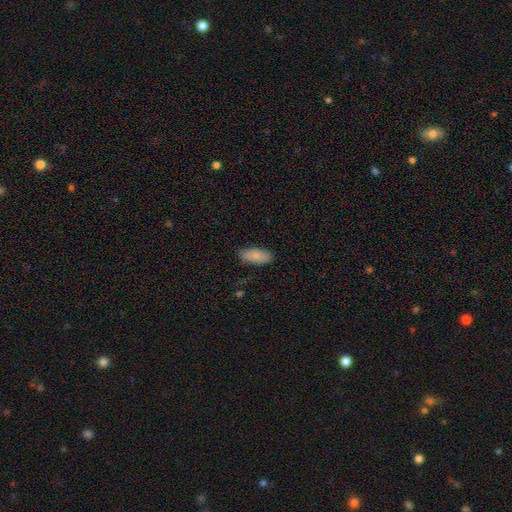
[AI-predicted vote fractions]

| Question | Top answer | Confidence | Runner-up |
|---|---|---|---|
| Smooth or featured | smooth | 83% | featured or disk (11%) |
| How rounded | in between | 90% | cigar-shaped (8%) |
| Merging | none | 81% | minor disturbance (15%) |